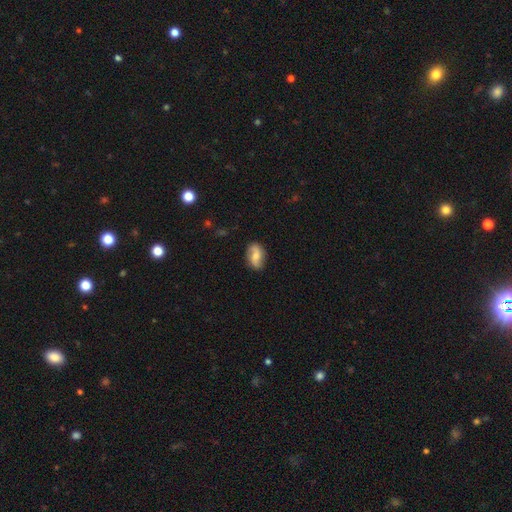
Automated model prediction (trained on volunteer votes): Overall: featured or disk (52%; smooth 41%). Edge-on disk: no (95%). Merging: none (80%).